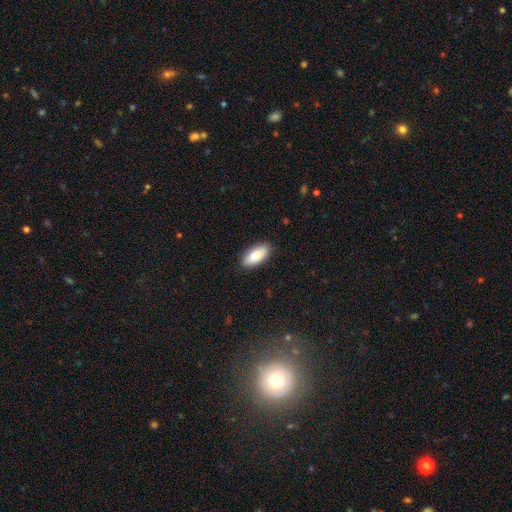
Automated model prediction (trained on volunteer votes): Smooth or featured? Predicted: smooth (p=0.86). How rounded? Predicted: in between (p=0.90). Merging? Predicted: none (p=0.88).